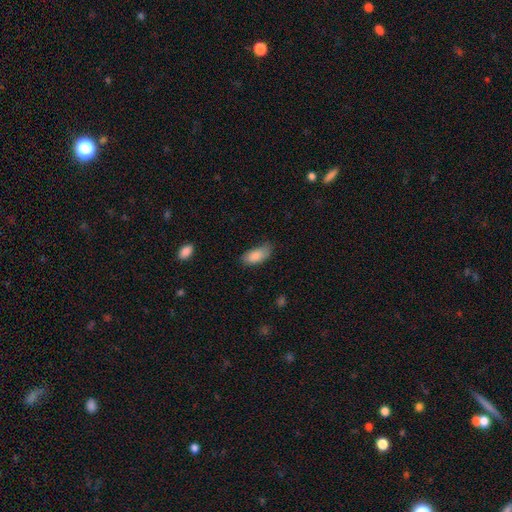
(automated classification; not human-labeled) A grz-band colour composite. It shows a smooth galaxy with no disk features (86%) that is in between round and cigar-shaped (89%). Merging: none (58%).